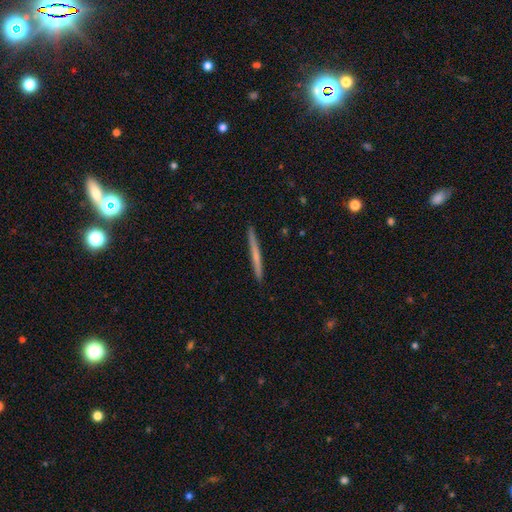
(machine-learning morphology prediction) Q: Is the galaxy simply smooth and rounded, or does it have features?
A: smooth — 49%.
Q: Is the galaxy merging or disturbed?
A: none — 92%.